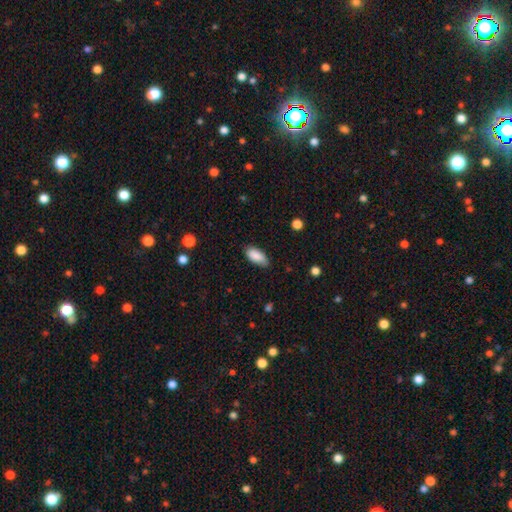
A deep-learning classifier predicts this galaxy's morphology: A smooth galaxy with no disk features (88%) that is in between round and cigar-shaped (90%). Merging: none (76%).